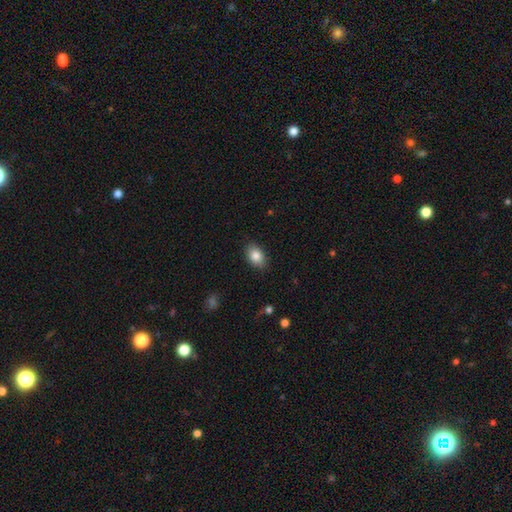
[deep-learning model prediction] A smooth galaxy with no disk features (84%) that is in between round and cigar-shaped (85%).

Vote fractions:
- Smooth or featured? smooth: 84% / featured or disk: 8% / star or artifact: 8%
- How rounded? in between: 85% / round: 14% / cigar-shaped: 1%
- Merging? none: 86% / minor disturbance: 10% / major disturbance: 2% / merger: 1%